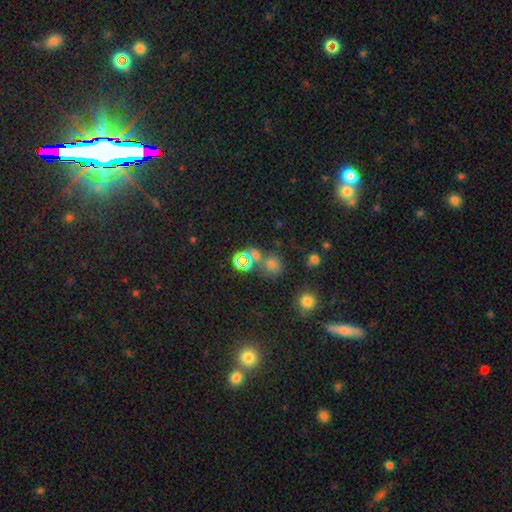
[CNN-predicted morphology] smooth-or-featured: smooth: 45% | star or artifact: 44% | featured or disk: 11%
  merging: none: 60% | merger: 26% | minor disturbance: 9% | major disturbance: 6%